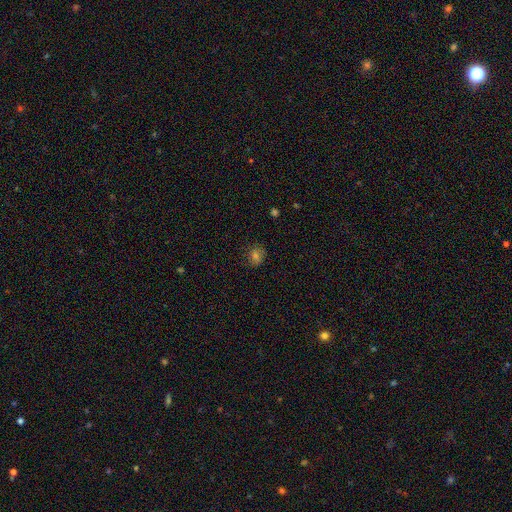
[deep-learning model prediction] smooth-or-featured: smooth: 61% | star or artifact: 23% | featured or disk: 16%
  how-rounded: round: 70% | in between: 29% | cigar-shaped: 1%
  merging: none: 81% | minor disturbance: 13% | major disturbance: 4% | merger: 1%